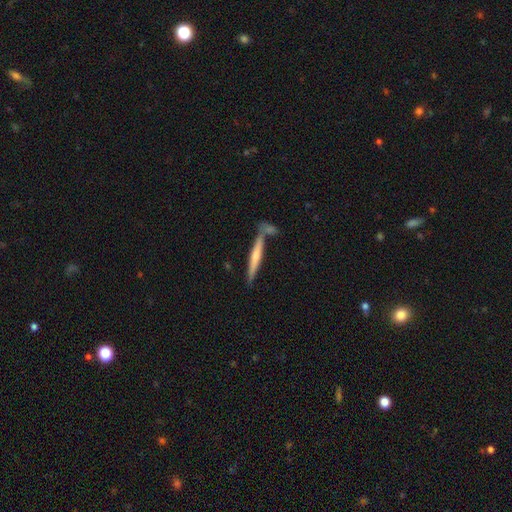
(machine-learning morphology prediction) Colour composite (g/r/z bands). It shows a smooth galaxy with no disk features (51%) that is cigar-shaped (94%). Merging: none (70%).